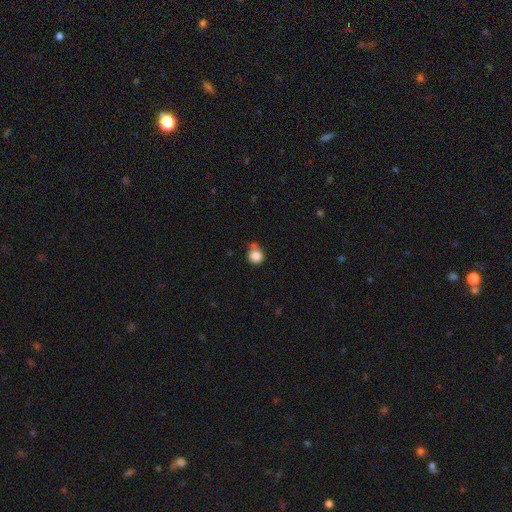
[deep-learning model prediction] Smooth or featured? Predicted: smooth (p=0.86). How rounded? Predicted: round (p=0.88). Merging? Predicted: none (p=0.61).